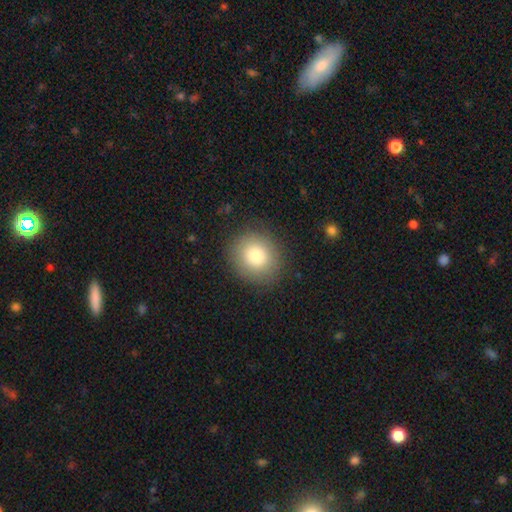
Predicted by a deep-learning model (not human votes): smooth_or_featured: smooth (p=0.82) [alt: star or artifact p=0.09]
how_rounded: round (p=0.87) [alt: in between p=0.12]
merging: none (p=0.88) [alt: minor disturbance p=0.08]